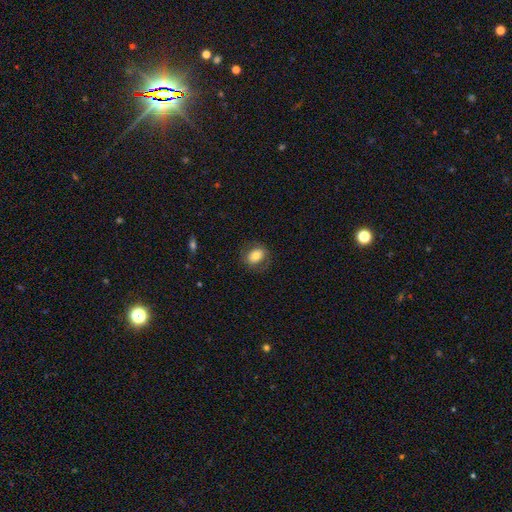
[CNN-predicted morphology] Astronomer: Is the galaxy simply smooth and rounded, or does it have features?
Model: smooth — 74%.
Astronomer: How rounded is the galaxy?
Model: in between — 68%.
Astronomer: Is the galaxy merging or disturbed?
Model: none — 78%.